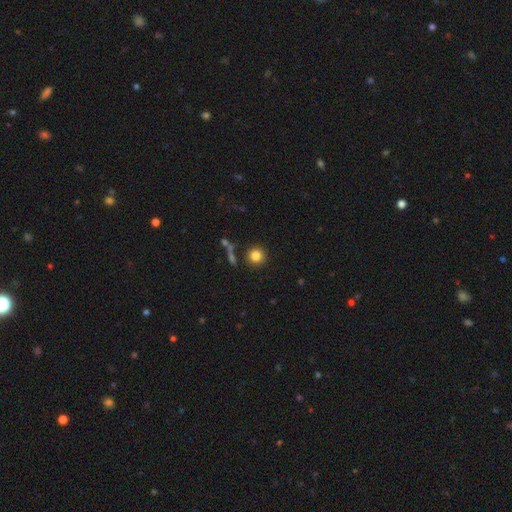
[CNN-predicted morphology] smooth_or_featured: smooth (p=0.82) [alt: star or artifact p=0.11]
how_rounded: round (p=0.93) [alt: in between p=0.06]
merging: none (p=0.85) [alt: minor disturbance p=0.07]